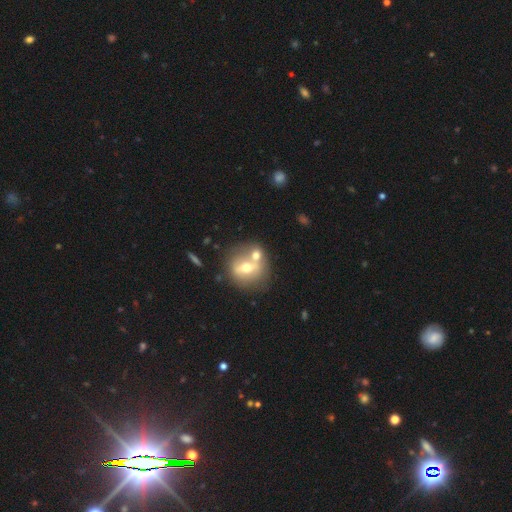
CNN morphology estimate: The model was most divided on "merging": none: 44%, merger: 41%, minor disturbance: 10%, major disturbance: 4%. Remaining: smooth or featured — smooth (47%).